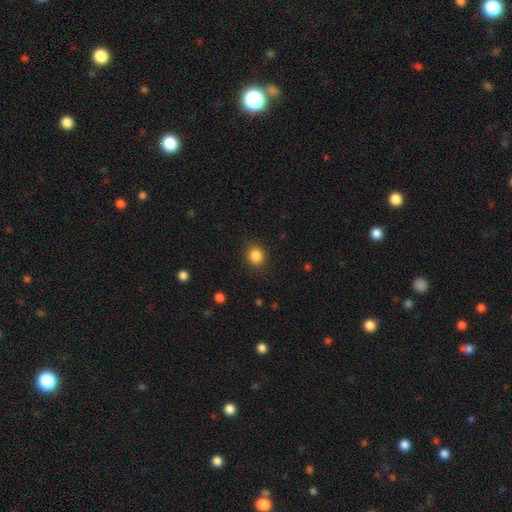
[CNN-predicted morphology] smooth-or-featured: smooth: 86% | star or artifact: 10% | featured or disk: 4%
  how-rounded: round: 80% | in between: 19% | cigar-shaped: 1%
  merging: none: 87% | minor disturbance: 9% | major disturbance: 3% | merger: 1%